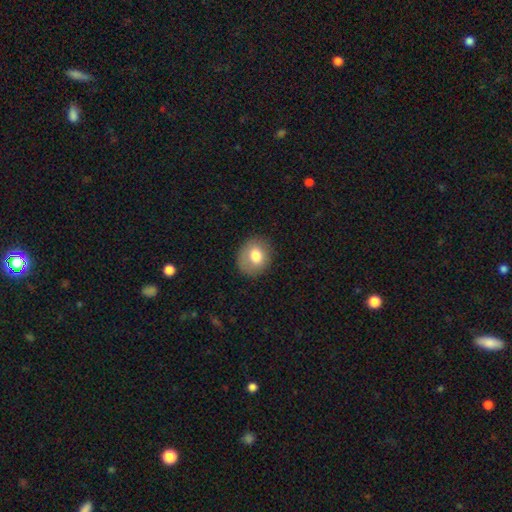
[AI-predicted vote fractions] This is likely a smooth galaxy (76%). How rounded: likely round (68%). Merging: clearly none (81%).